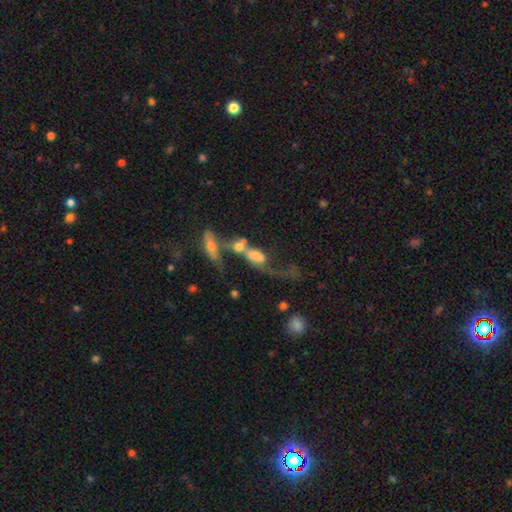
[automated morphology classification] A featured or disk galaxy (50%).

Vote fractions:
- Smooth or featured? featured or disk: 50% / smooth: 36% / star or artifact: 14%
- Edge-on disk? no: 84% / yes: 16%
- Merging? merger: 53% / major disturbance: 24% / none: 15% / minor disturbance: 8%